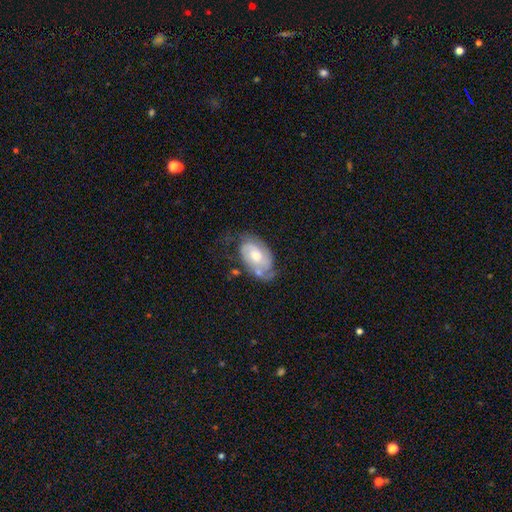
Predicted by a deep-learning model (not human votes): featured or disk 75%, smooth 20%, star or artifact 6%. Down the decision tree: edge-on disk — no (96%); bar — no (64%); spiral arms — yes (90%); spiral arm count — 2 (64%); spiral winding — tight (48%); bulge size — moderate (64%); merging — none (51%).